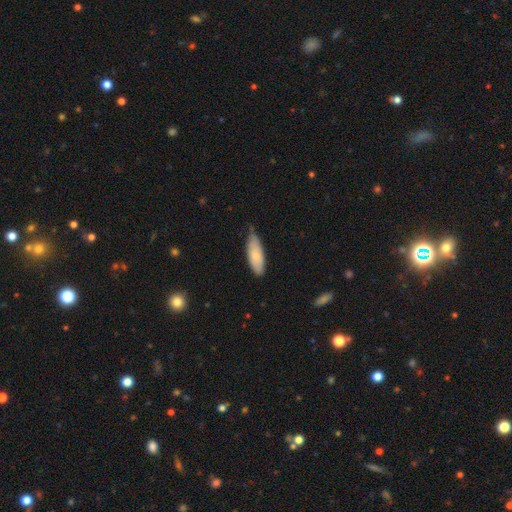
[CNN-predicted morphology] This appears to be a smooth galaxy with no disk features (79%) that is in between round and cigar-shaped (69%). Merging: none (57%).